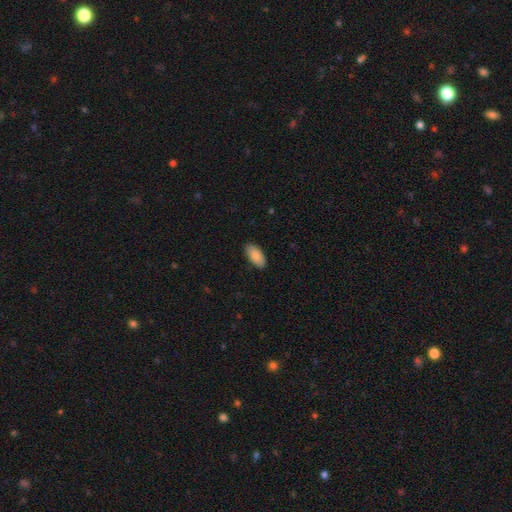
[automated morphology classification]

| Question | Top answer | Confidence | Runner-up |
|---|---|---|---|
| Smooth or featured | smooth | 86% | featured or disk (8%) |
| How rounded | in between | 92% | cigar-shaped (6%) |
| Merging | none | 88% | minor disturbance (9%) |